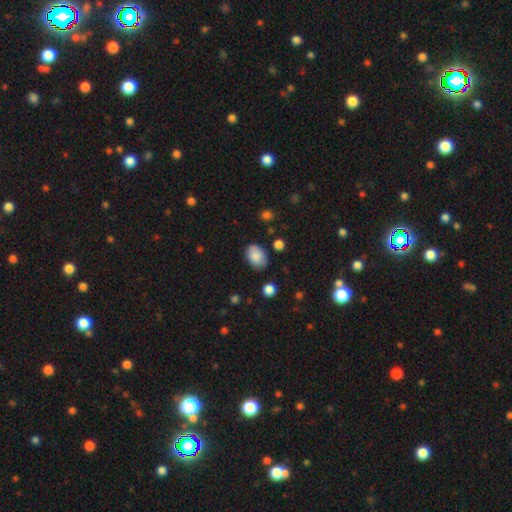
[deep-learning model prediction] smooth-or-featured: smooth: 87% | star or artifact: 7% | featured or disk: 6%
  how-rounded: in between: 81% | round: 18% | cigar-shaped: 1%
  merging: none: 79% | minor disturbance: 16% | major disturbance: 3% | merger: 2%